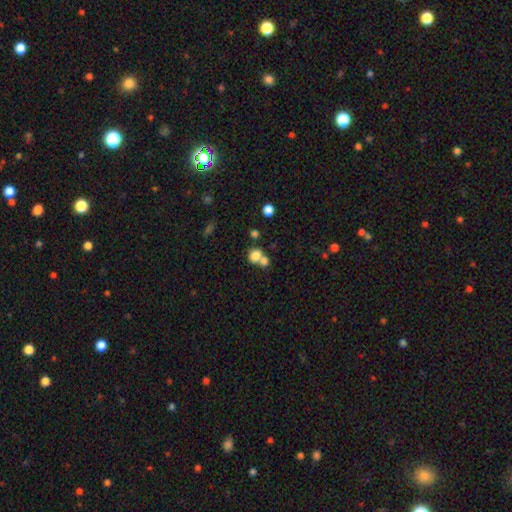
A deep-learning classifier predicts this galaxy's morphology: Overall: smooth (78%). How rounded: round (66%; in between 33%). Merging: merger (54%; none 35%).